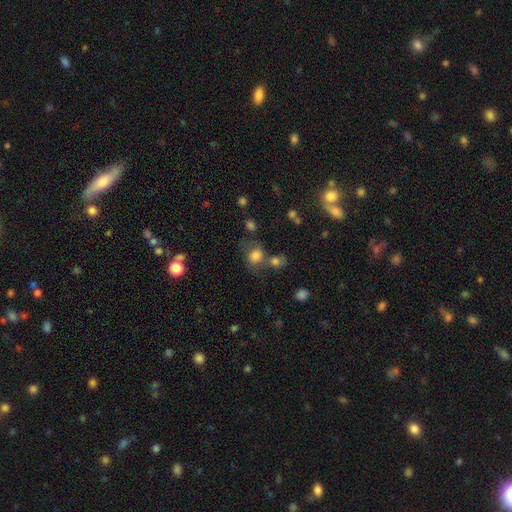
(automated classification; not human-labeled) Smooth or featured? smooth (73%)
How rounded? round (66%)
Merging? none (44%)